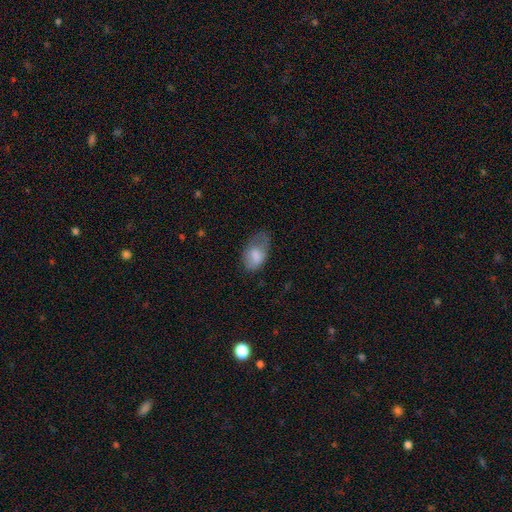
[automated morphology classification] A smooth galaxy with no disk features (73%) that is in between round and cigar-shaped (91%).

Vote fractions:
- Smooth or featured? smooth: 73% / featured or disk: 20% / star or artifact: 7%
- How rounded? in between: 91% / round: 8% / cigar-shaped: 2%
- Merging? minor disturbance: 36% / none: 35% / major disturbance: 27% / merger: 2%